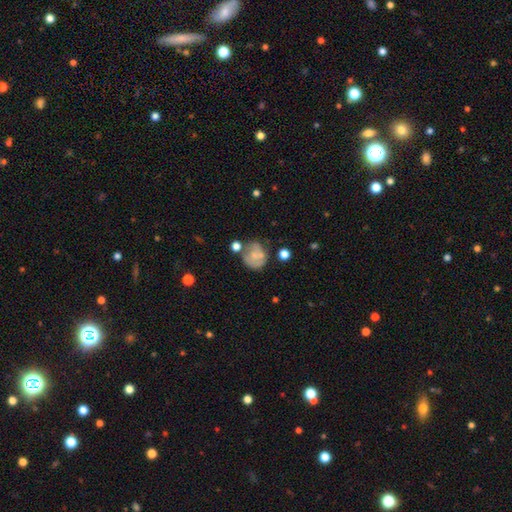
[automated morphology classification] smooth-or-featured: smooth: 57% | featured or disk: 34% | star or artifact: 9%
  how-rounded: round: 73% | in between: 26% | cigar-shaped: 1%
  merging: none: 47% | minor disturbance: 25% | merger: 15% | major disturbance: 13%